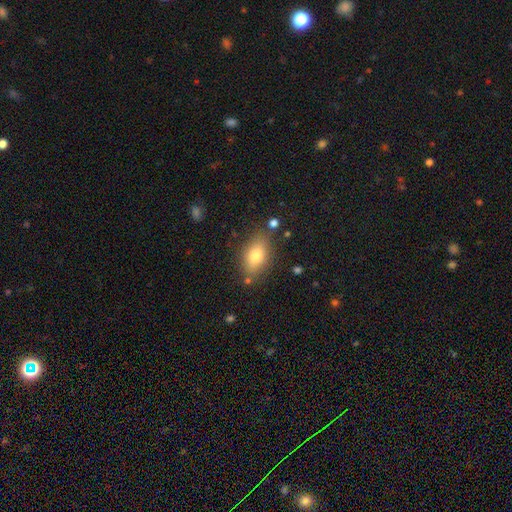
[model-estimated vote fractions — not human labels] This is likely a smooth galaxy (78%). How rounded: clearly in between (86%). Merging: likely none (79%).